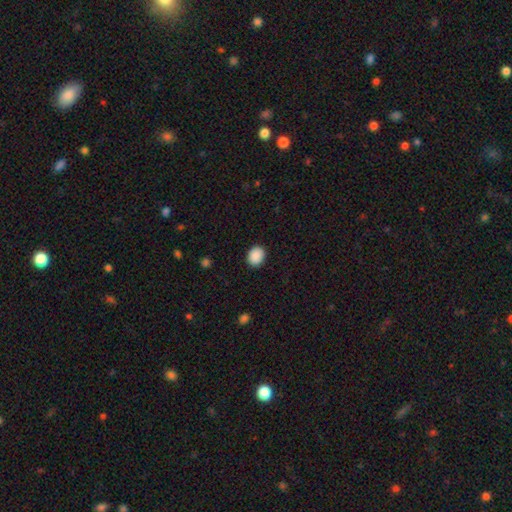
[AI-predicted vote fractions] Smooth or featured?
  - smooth: 90% *
  - star or artifact: 8%
  - featured or disk: 2%
How rounded?
  - round: 59% *
  - in between: 40%
  - cigar-shaped: 1%
Merging?
  - none: 90% *
  - minor disturbance: 7%
  - major disturbance: 2%
  - merger: 1%